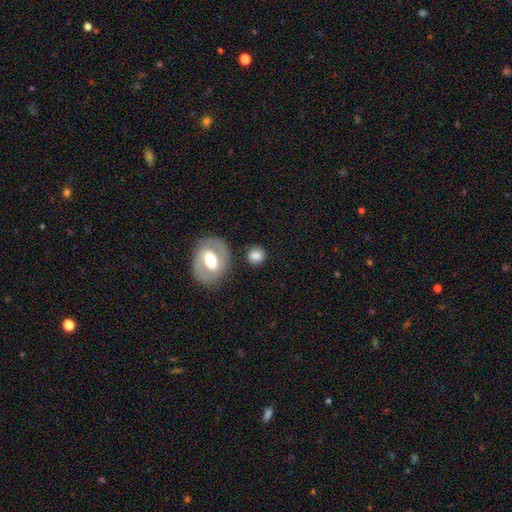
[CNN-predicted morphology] Smooth or featured? Predicted: smooth (p=0.75). How rounded? Predicted: round (p=0.80). Merging? Predicted: none (p=0.80).